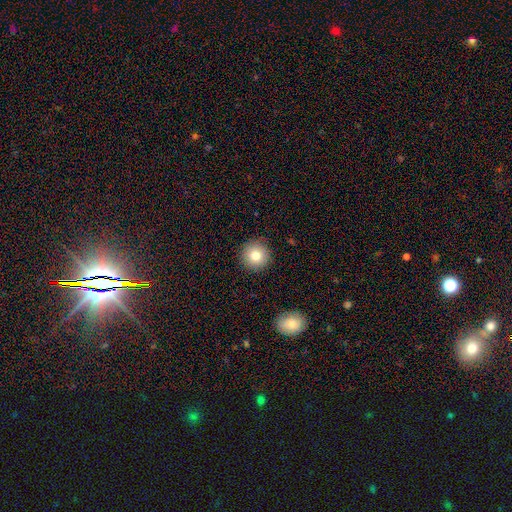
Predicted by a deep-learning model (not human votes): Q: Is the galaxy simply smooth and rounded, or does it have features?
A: smooth — 80%.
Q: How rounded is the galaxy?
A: round — 95%.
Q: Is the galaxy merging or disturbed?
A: none — 91%.